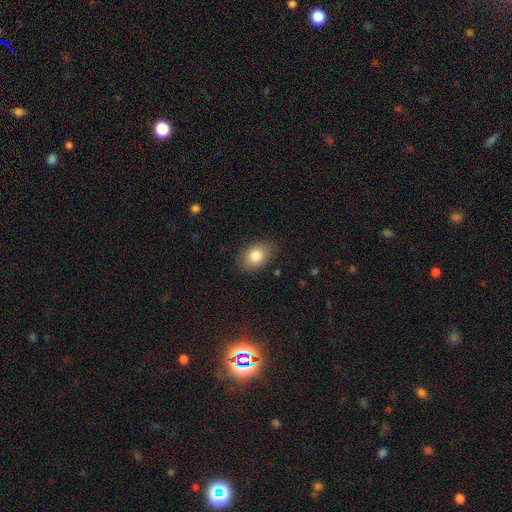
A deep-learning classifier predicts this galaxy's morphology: Overall: smooth (83%). How rounded: in between (78%). Merging: none (84%).